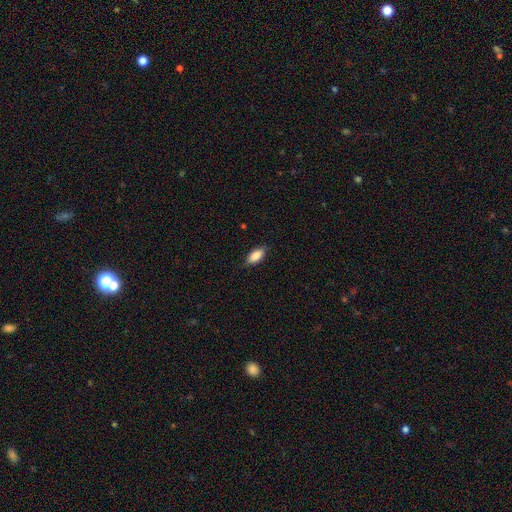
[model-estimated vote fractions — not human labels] Morphology: type=smooth (84%); roundness=in between (87%); merging=none (84%).